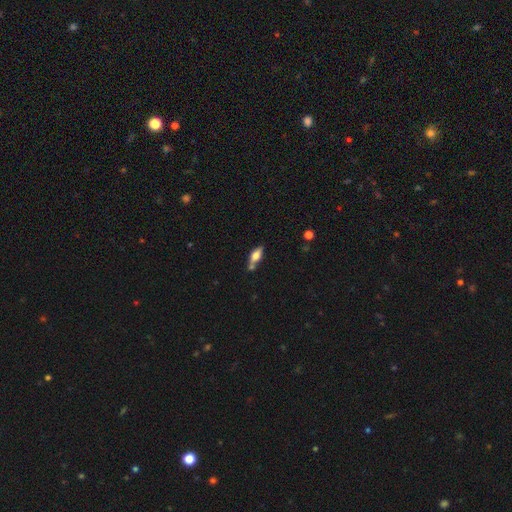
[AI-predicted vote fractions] smooth_or_featured: smooth (p=0.54) [alt: featured or disk p=0.39]
how_rounded: in between (p=0.67) [alt: cigar-shaped p=0.30]
merging: none (p=0.61) [alt: minor disturbance p=0.18]